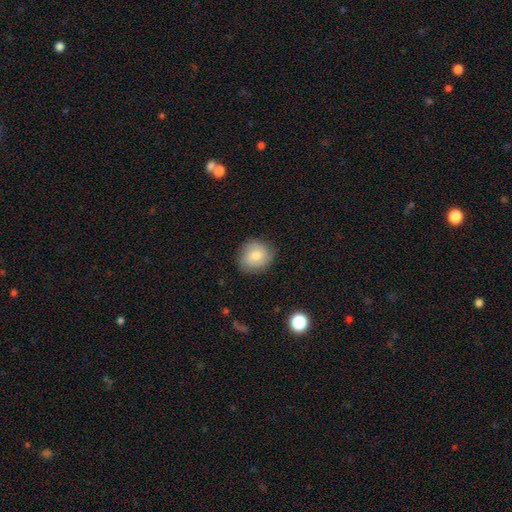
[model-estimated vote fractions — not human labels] Overall: smooth (66%; featured or disk 26%). How rounded: round (82%). Merging: none (81%).